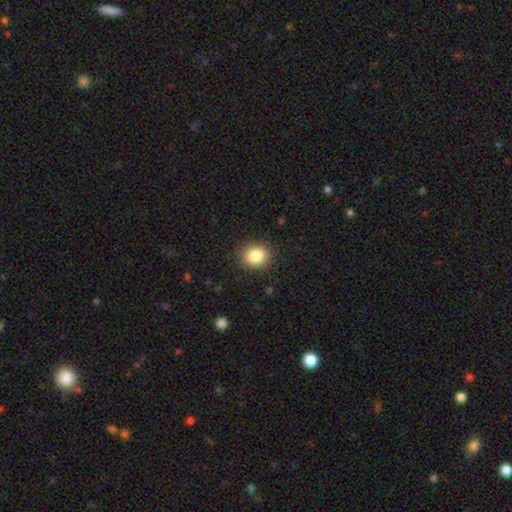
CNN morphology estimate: Smooth or featured?
  - smooth: 85% *
  - star or artifact: 9%
  - featured or disk: 5%
How rounded?
  - round: 66% *
  - in between: 33%
  - cigar-shaped: 1%
Merging?
  - none: 89% *
  - minor disturbance: 8%
  - major disturbance: 3%
  - merger: 1%